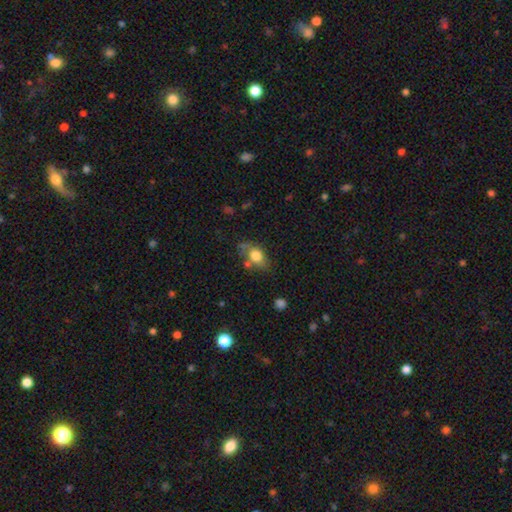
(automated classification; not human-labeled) The model was most divided on "merging": none: 53%, minor disturbance: 26%, merger: 11%, major disturbance: 10%. More confident: how rounded — in between (77%); smooth or featured — smooth (73%).